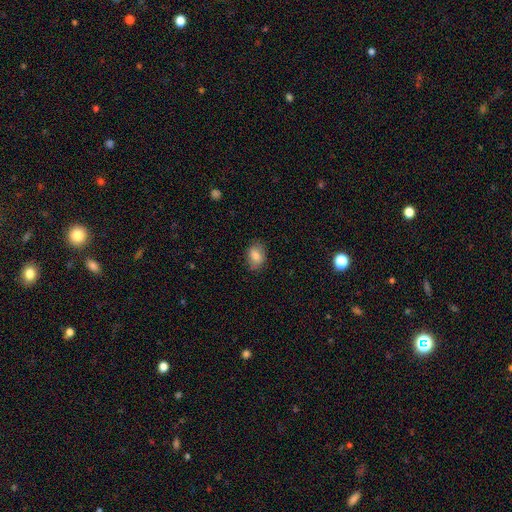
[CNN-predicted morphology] smooth-or-featured: smooth: 83% | featured or disk: 9% | star or artifact: 8%
  how-rounded: in between: 75% | round: 24% | cigar-shaped: 1%
  merging: none: 81% | minor disturbance: 15% | major disturbance: 3% | merger: 1%